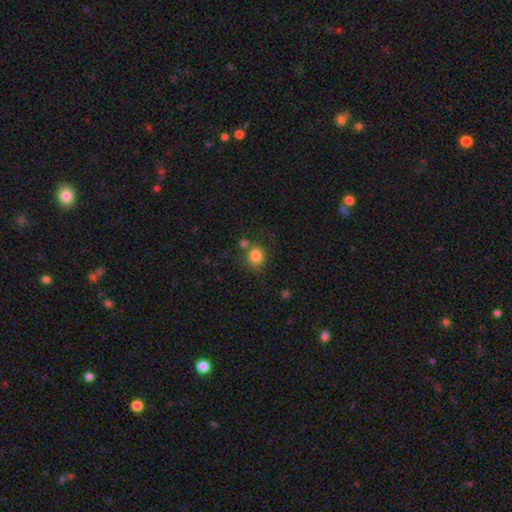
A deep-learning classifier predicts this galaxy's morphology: smooth-or-featured: smooth: 84% | star or artifact: 10% | featured or disk: 6%
  how-rounded: round: 71% | in between: 28% | cigar-shaped: 1%
  merging: none: 64% | merger: 16% | minor disturbance: 15% | major disturbance: 6%